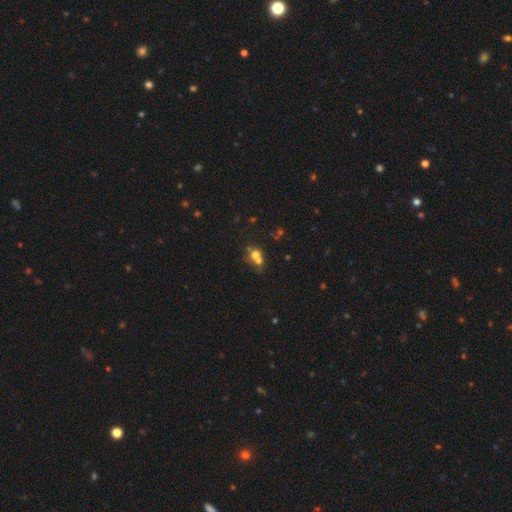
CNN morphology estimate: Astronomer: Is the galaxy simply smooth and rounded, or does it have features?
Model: smooth — 60%.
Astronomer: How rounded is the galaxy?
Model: round — 72%.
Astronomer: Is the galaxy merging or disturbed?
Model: merger — 58%.